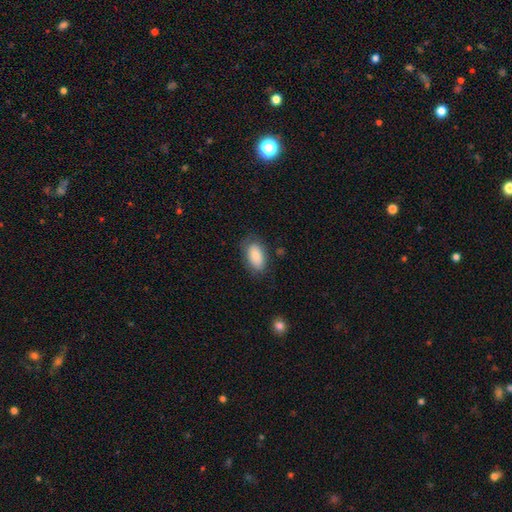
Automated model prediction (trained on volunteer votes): smooth_or_featured: smooth (p=0.84) [alt: featured or disk p=0.10]
how_rounded: in between (p=0.93) [alt: round p=0.05]
merging: none (p=0.75) [alt: minor disturbance p=0.18]